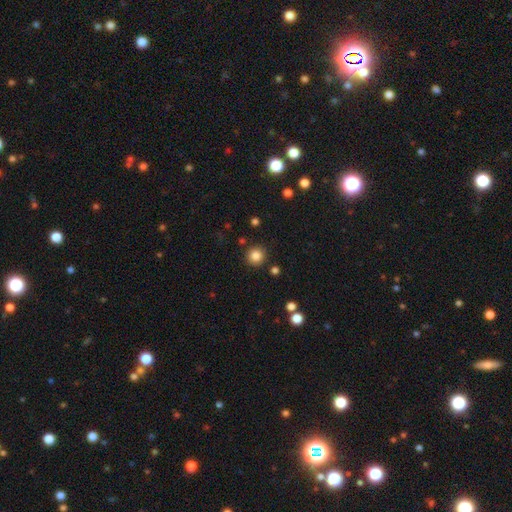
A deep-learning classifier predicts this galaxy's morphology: type=smooth (85%); roundness=round (94%); merging=none (89%).